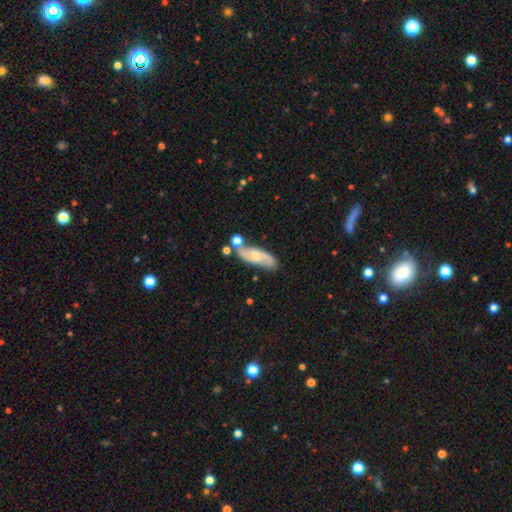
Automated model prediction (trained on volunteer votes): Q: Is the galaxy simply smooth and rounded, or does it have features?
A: featured or disk — 56%.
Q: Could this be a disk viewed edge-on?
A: no — 83%.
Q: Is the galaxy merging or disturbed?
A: none — 56%.